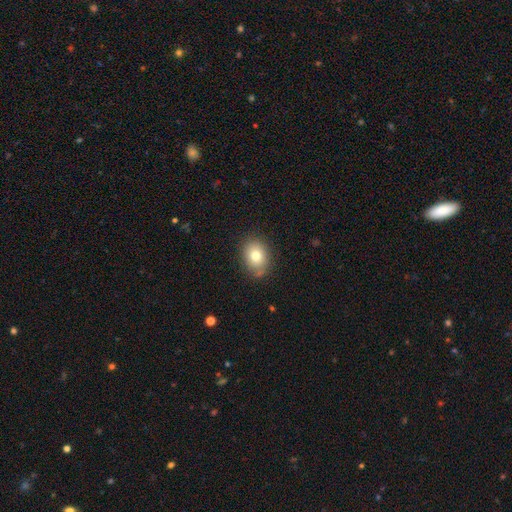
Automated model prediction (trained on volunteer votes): Smooth or featured? Predicted: smooth (p=0.78). How rounded? Predicted: in between (p=0.56). Merging? Predicted: none (p=0.79).